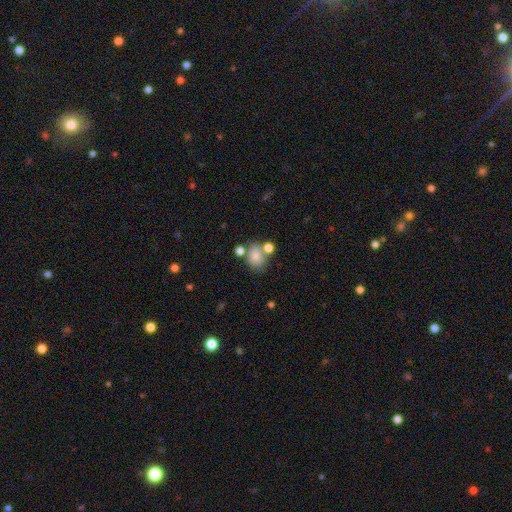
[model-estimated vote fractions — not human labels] smooth_or_featured: smooth (p=0.78) [alt: featured or disk p=0.12]
how_rounded: round (p=0.51) [alt: in between p=0.48]
merging: none (p=0.55) [alt: merger p=0.24]